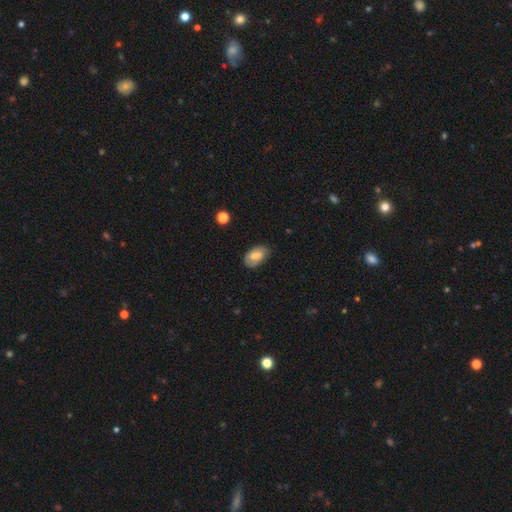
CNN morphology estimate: type=smooth (72%); roundness=in between (92%); merging=none (67%).